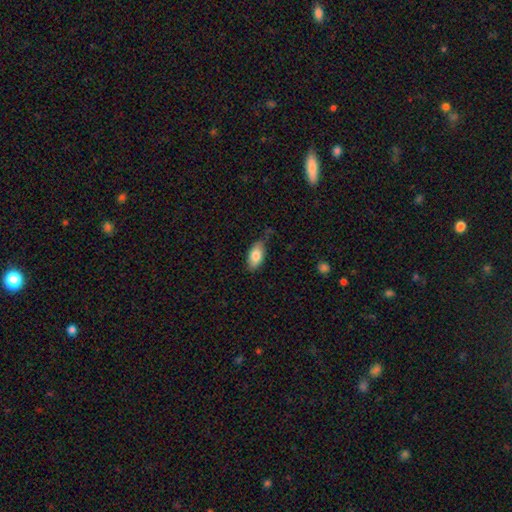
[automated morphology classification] This is clearly a smooth galaxy (83%). How rounded: clearly in between (92%). Merging: likely none (68%).